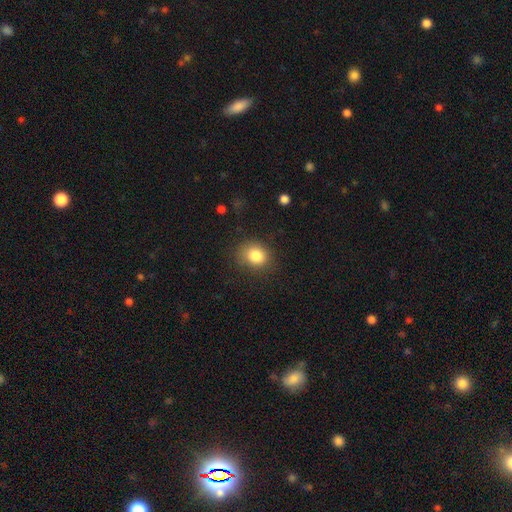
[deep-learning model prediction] The model was most divided on "how rounded": round: 59%, in between: 40%, cigar-shaped: 1%. More confident: smooth or featured — smooth (83%); merging — none (79%).